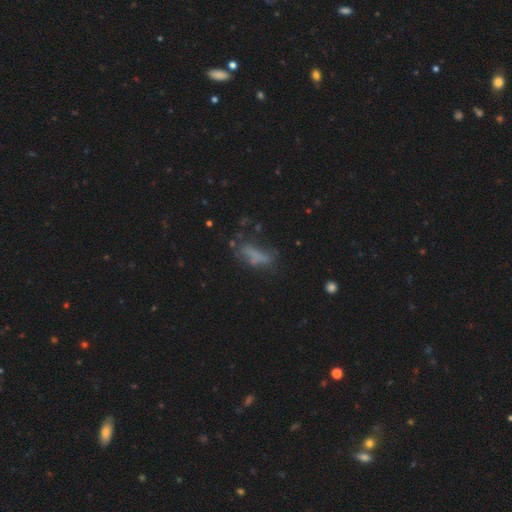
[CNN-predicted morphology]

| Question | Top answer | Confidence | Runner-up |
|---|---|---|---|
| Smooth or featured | smooth | 53% | featured or disk (30%) |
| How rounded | in between | 55% | cigar-shaped (41%) |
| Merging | none | 41% | major disturbance (26%) |